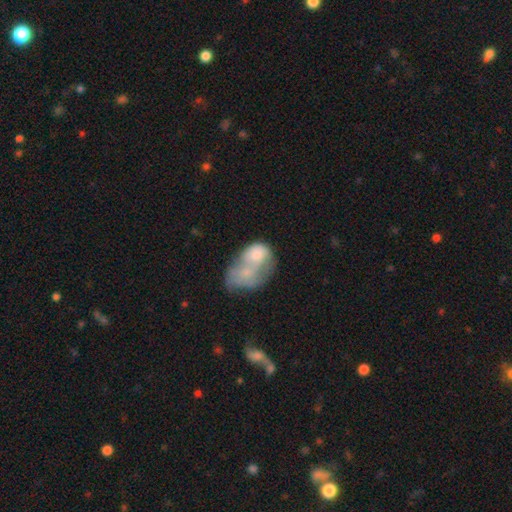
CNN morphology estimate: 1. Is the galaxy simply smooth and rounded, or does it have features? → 60% smooth, 33% featured or disk, 7% star or artifact.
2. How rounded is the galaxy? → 78% in between, 20% round, 1% cigar-shaped.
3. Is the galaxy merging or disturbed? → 66% merger, 15% major disturbance, 10% none, 9% minor disturbance.